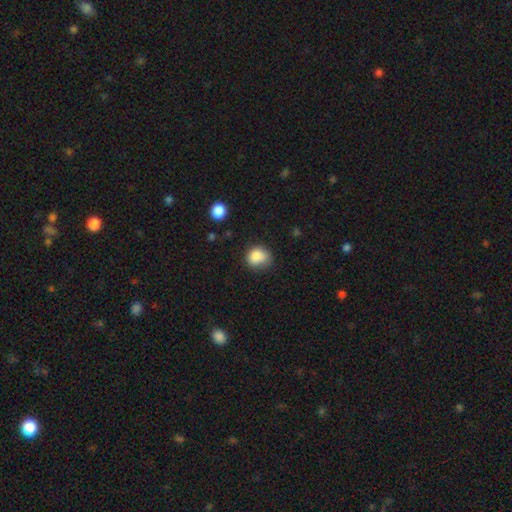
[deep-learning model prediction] A smooth galaxy with no disk features (85%) that is round (66%).

Vote fractions:
- Smooth or featured? smooth: 85% / star or artifact: 10% / featured or disk: 6%
- How rounded? round: 66% / in between: 33% / cigar-shaped: 1%
- Merging? none: 59% / minor disturbance: 30% / major disturbance: 8% / merger: 3%